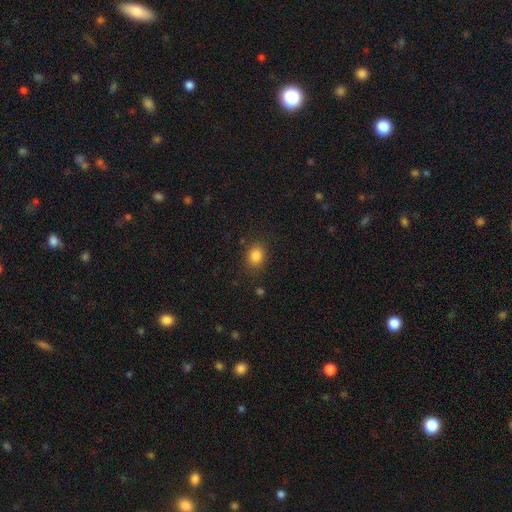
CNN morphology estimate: Smooth or featured? Predicted: smooth (p=0.85). How rounded? Predicted: round (p=0.50). Merging? Predicted: none (p=0.83).